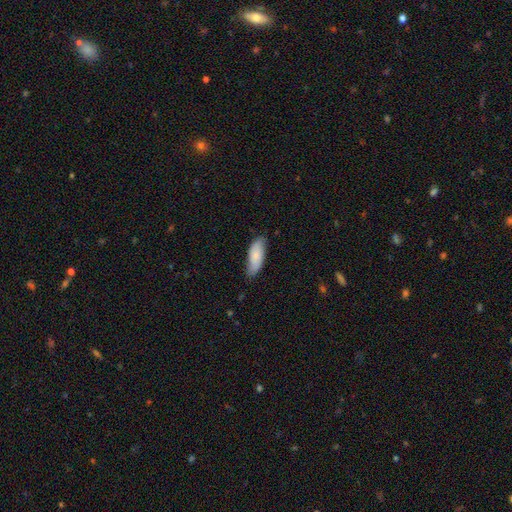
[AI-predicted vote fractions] Overall: smooth (80%). How rounded: in between (75%). Merging: none (71%).